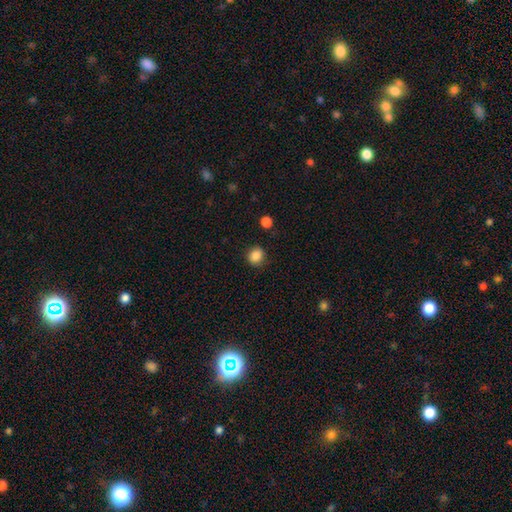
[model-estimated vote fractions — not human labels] smooth 87%, star or artifact 10%, featured or disk 3%. Down the decision tree: how rounded — round (79%); merging — none (86%).